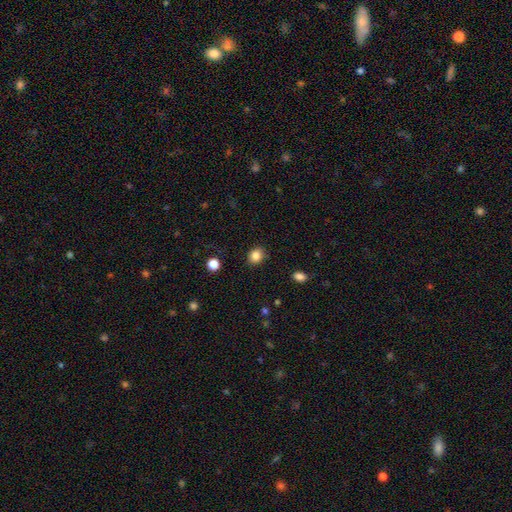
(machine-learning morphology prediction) Smooth or featured? Predicted: smooth (p=0.84). How rounded? Predicted: round (p=0.59). Merging? Predicted: none (p=0.88).